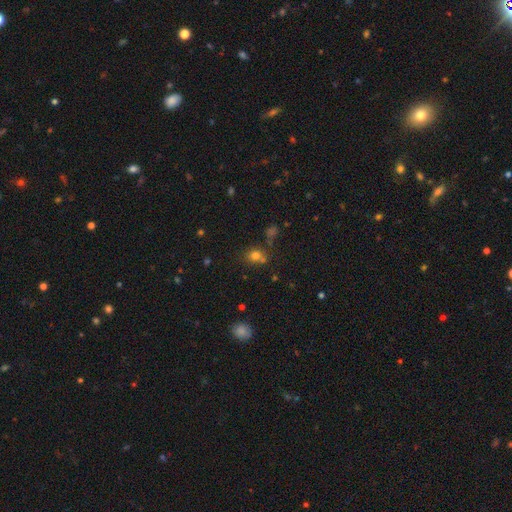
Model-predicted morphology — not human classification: Q: Smooth or featured?
A: smooth (72%); runner-up: star or artifact (19%)
Q: How rounded?
A: round (66%); runner-up: in between (33%)
Q: Merging?
A: none (63%); runner-up: merger (17%)